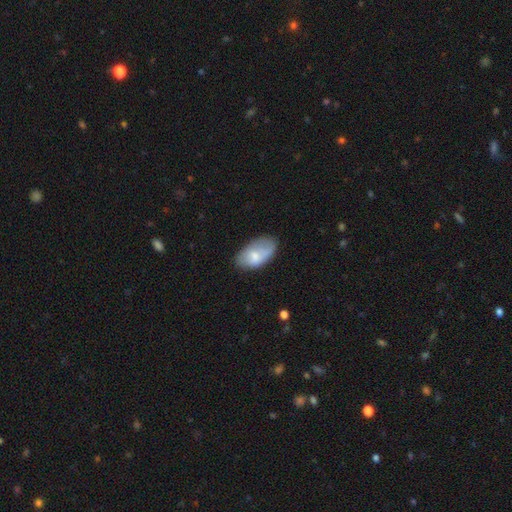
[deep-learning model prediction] Overall: smooth (70%). How rounded: in between (94%). Merging: none (57%; minor disturbance 30%).